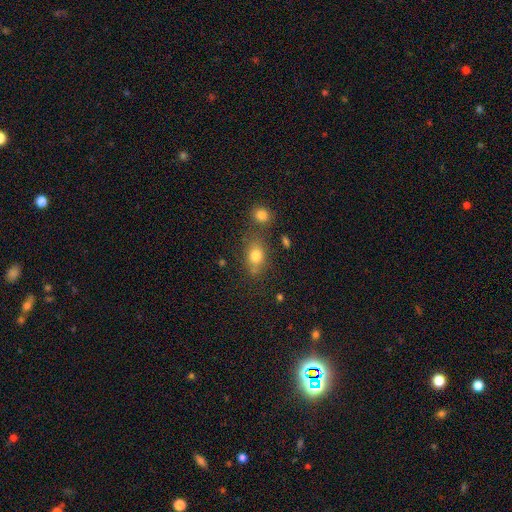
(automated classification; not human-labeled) This appears to be a smooth galaxy with no disk features (77%) that is in between round and cigar-shaped (69%). Merging: none (64%).